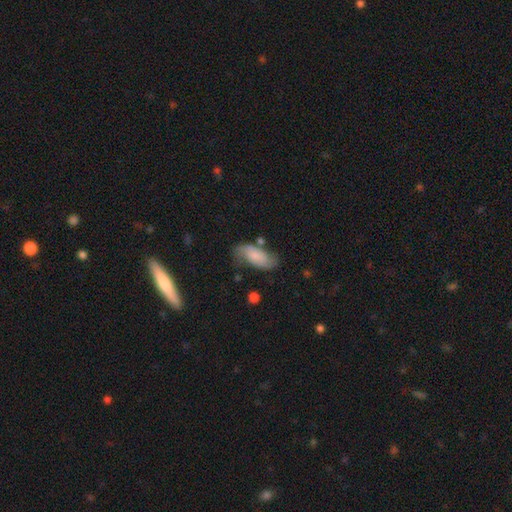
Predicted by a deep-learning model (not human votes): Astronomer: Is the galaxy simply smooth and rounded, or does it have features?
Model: smooth — 54% (runner-up: featured or disk, 38%).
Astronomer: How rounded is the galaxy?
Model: in between — 88%.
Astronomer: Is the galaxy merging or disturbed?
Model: none — 57%.